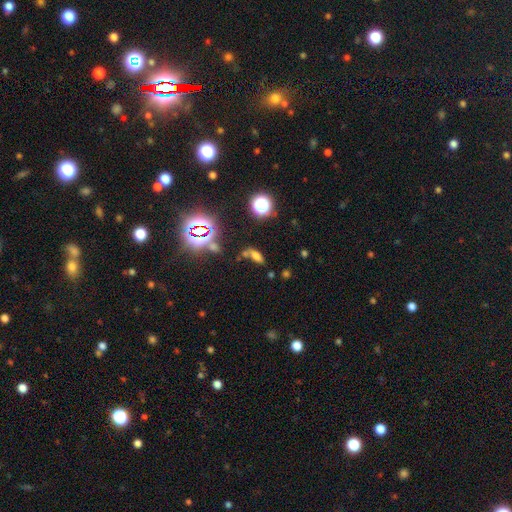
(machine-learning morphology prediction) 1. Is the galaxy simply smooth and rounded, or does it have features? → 58% smooth, 28% star or artifact, 13% featured or disk.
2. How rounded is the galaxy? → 76% in between, 12% cigar-shaped, 11% round.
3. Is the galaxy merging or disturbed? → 49% none, 25% merger, 16% minor disturbance, 11% major disturbance.